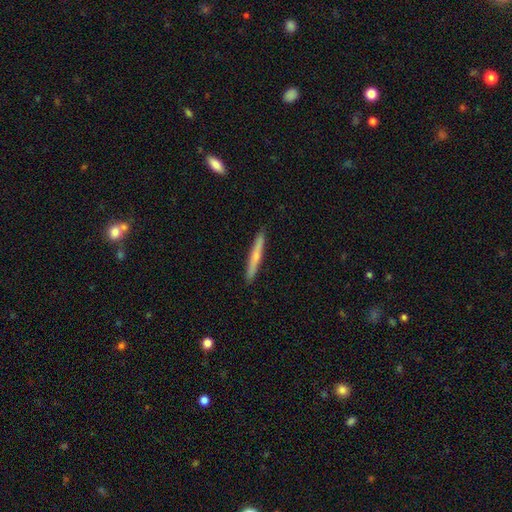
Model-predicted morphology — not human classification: smooth-or-featured: smooth: 50% | featured or disk: 44% | star or artifact: 6%
  merging: none: 91% | minor disturbance: 6% | major disturbance: 1% | merger: 1%